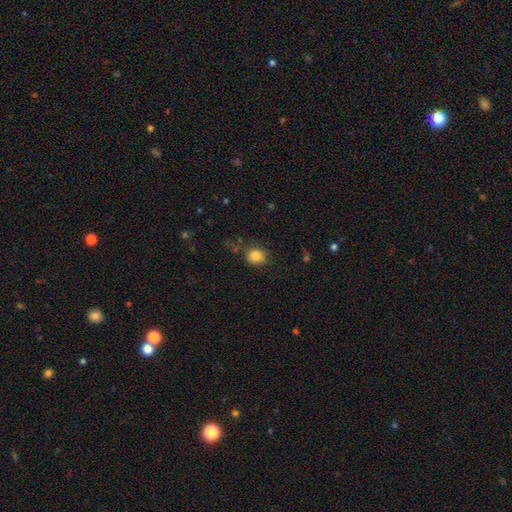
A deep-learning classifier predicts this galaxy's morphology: Smooth or featured? smooth (84%)
How rounded? round (75%)
Merging? none (76%)